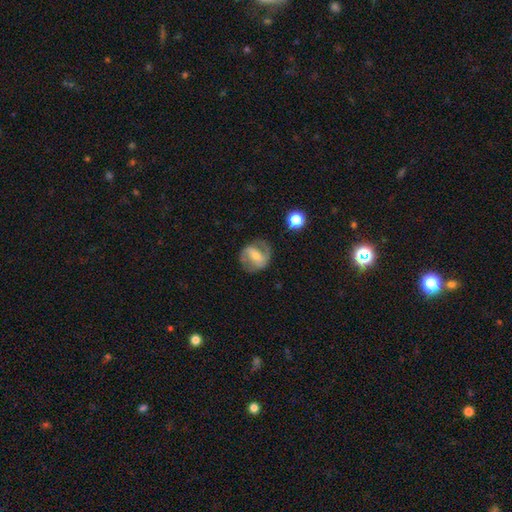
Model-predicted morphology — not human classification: featured or disk 72%, smooth 22%, star or artifact 7%. Down the decision tree: edge-on disk — no (96%); bar — strong (50%); spiral arms — yes (82%); spiral arm count — 2 (84%); spiral winding — medium (48%); bulge size — small (49%); merging — none (74%).